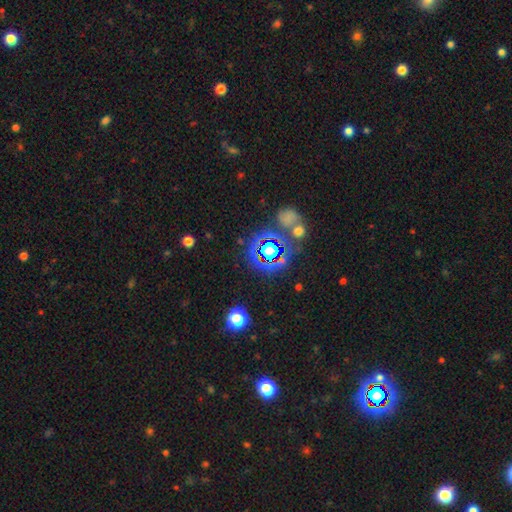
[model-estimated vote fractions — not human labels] Smooth or featured? star or artifact (72%)